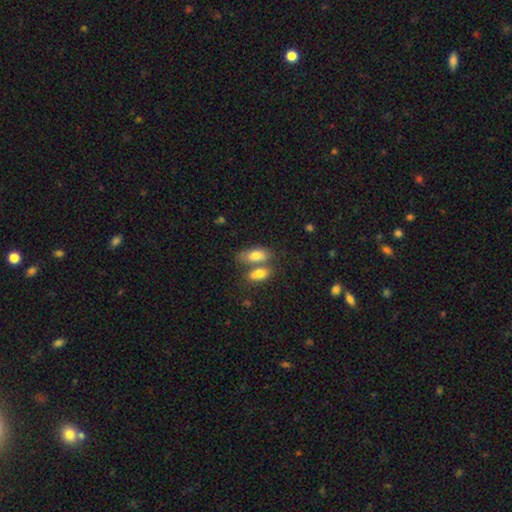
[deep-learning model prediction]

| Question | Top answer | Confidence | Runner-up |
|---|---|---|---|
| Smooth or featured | smooth | 77% | featured or disk (16%) |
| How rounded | in between | 87% | cigar-shaped (9%) |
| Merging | merger | 50% | none (36%) |